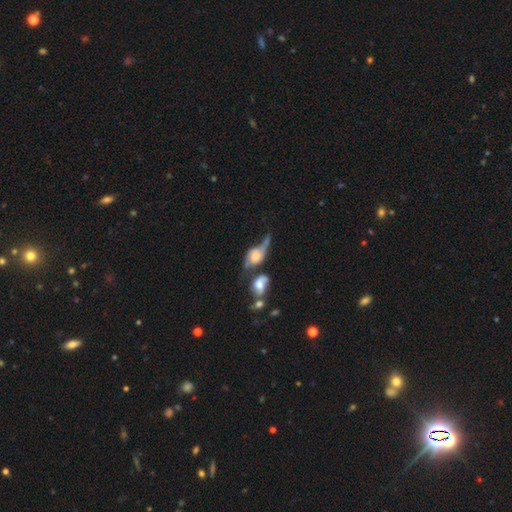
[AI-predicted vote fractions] This appears to be a featured or disk galaxy (63%) with no bar (69%), spiral arms (81%) and a large central bulge (28%). Merging: merger (46%).